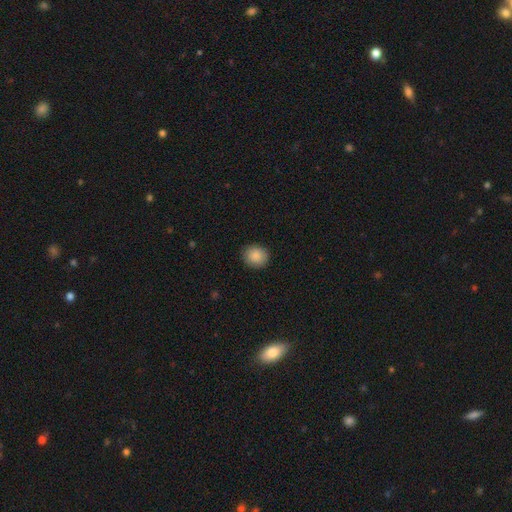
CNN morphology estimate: Smooth or featured? Predicted: smooth (p=0.88). How rounded? Predicted: round (p=0.75). Merging? Predicted: none (p=0.89).